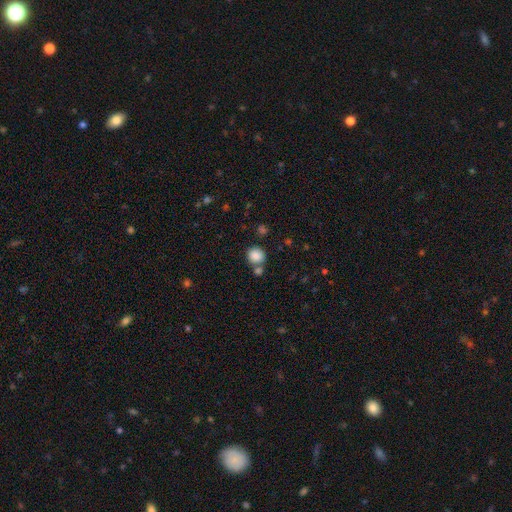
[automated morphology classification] A smooth galaxy with no disk features (86%) that is round (79%).

Vote fractions:
- Smooth or featured? smooth: 86% / star or artifact: 10% / featured or disk: 4%
- How rounded? round: 79% / in between: 20% / cigar-shaped: 1%
- Merging? none: 64% / merger: 22% / minor disturbance: 11% / major disturbance: 4%